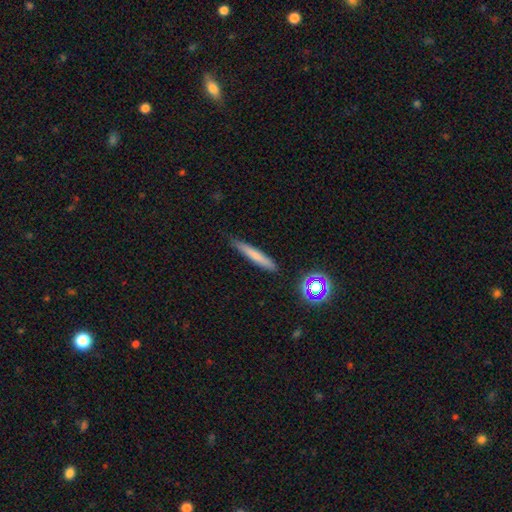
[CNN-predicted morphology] type=smooth (69%); roundness=cigar-shaped (93%); merging=none (83%).